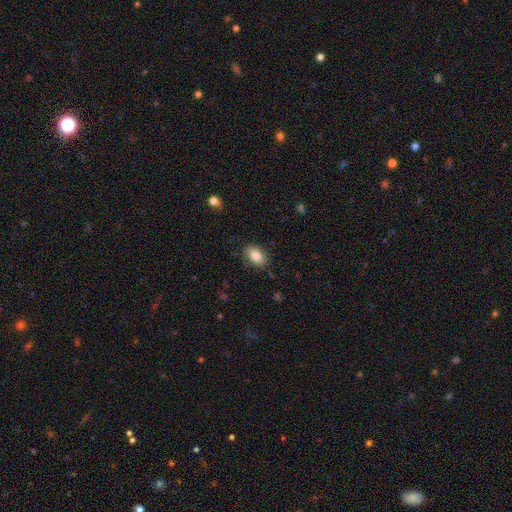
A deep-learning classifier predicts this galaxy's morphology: Q: Smooth or featured?
A: smooth (83%); runner-up: featured or disk (9%)
Q: How rounded?
A: in between (88%); runner-up: round (10%)
Q: Merging?
A: none (86%); runner-up: minor disturbance (11%)